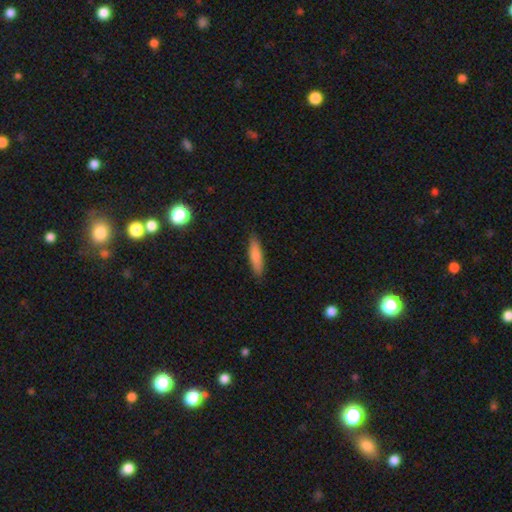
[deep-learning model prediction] This appears to be a smooth galaxy with no disk features (80%) that is cigar-shaped (74%). Merging: none (88%).